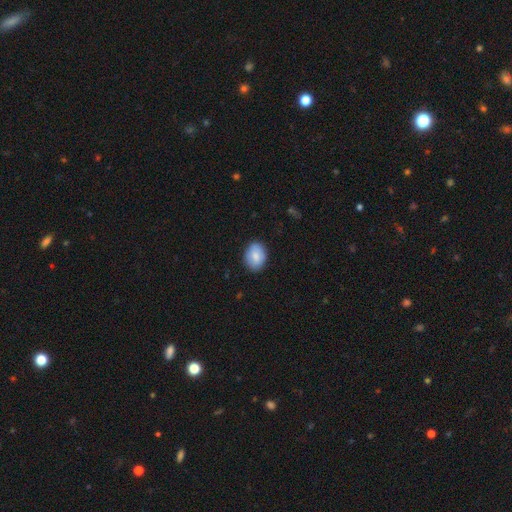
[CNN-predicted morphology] Smooth or featured?
  - smooth: 83% *
  - featured or disk: 10%
  - star or artifact: 7%
How rounded?
  - in between: 70% *
  - round: 29%
  - cigar-shaped: 1%
Merging?
  - none: 86% *
  - minor disturbance: 10%
  - major disturbance: 2%
  - merger: 1%